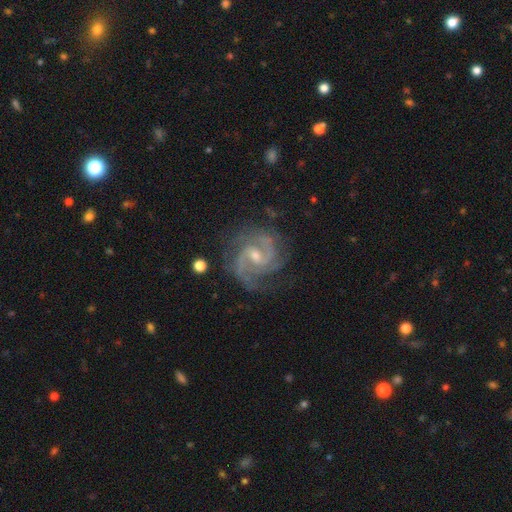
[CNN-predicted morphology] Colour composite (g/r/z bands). It shows a featured or disk galaxy (92%) with a weak bar (54%), 2 (60%) medium (53%) spiral arms (98%) and a small central bulge (52%). Merging: none (73%).